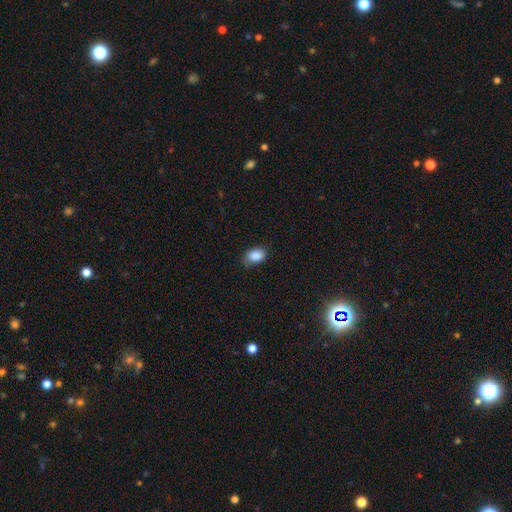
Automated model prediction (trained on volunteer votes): Smooth or featured: smooth — 88% (star or artifact — 8%)
How rounded: in between — 82% (round — 17%)
Merging: none — 68% (minor disturbance — 25%)